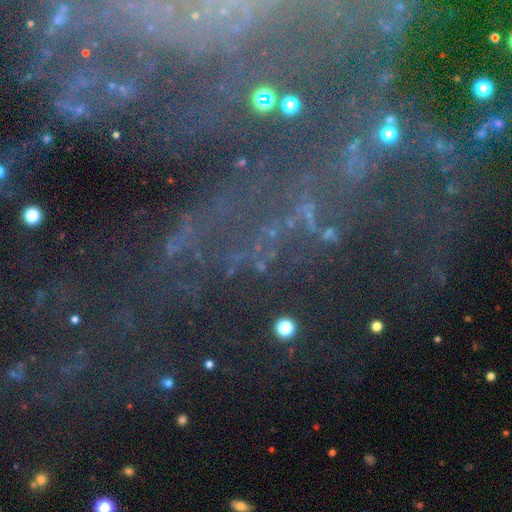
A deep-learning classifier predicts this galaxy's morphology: Overall: star or artifact (65%).